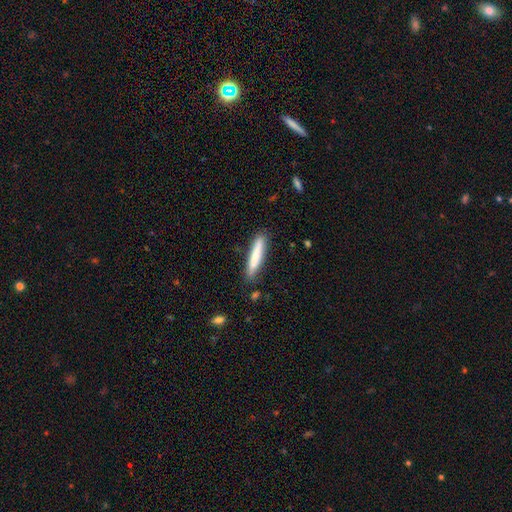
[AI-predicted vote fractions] Overall: smooth (75%). How rounded: cigar-shaped (92%). Merging: none (85%).